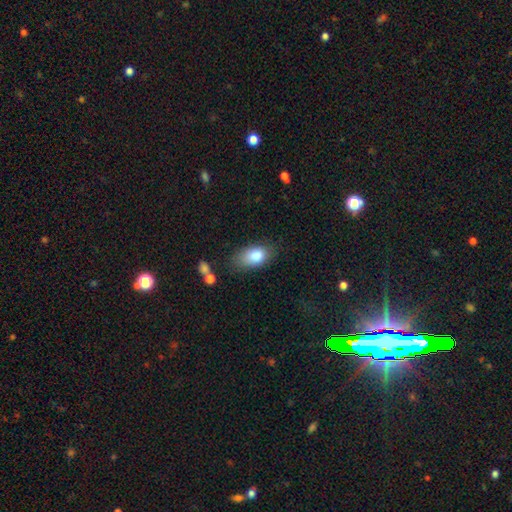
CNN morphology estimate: A smooth galaxy with no disk features (84%) that is in between round and cigar-shaped (91%).

Vote fractions:
- Smooth or featured? smooth: 84% / featured or disk: 9% / star or artifact: 8%
- How rounded? in between: 91% / round: 6% / cigar-shaped: 3%
- Merging? none: 65% / minor disturbance: 23% / major disturbance: 7% / merger: 4%